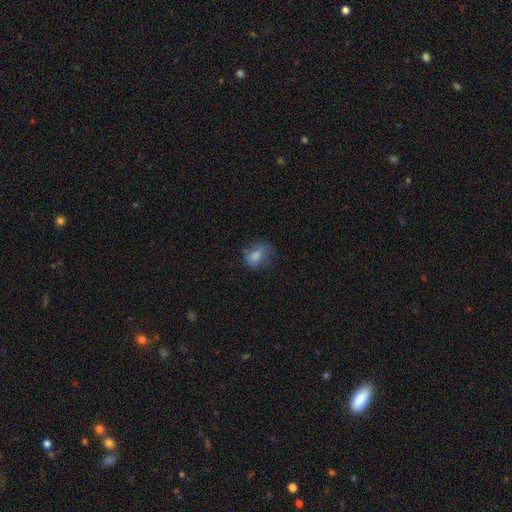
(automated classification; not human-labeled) smooth_or_featured: smooth (p=0.76) [alt: featured or disk p=0.14]
how_rounded: in between (p=0.73) [alt: round p=0.25]
merging: none (p=0.53) [alt: minor disturbance p=0.28]